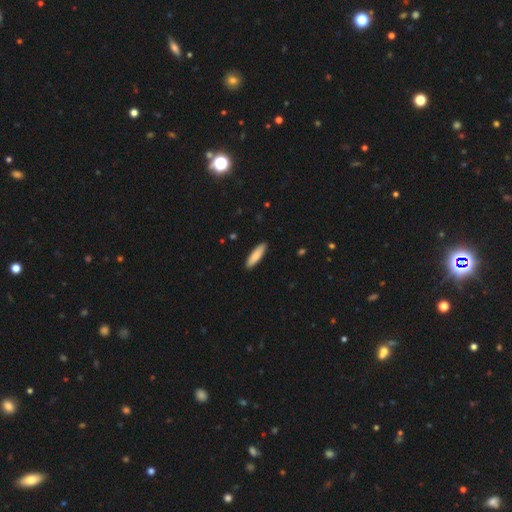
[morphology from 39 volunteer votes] Q: Smooth or featured?
A: smooth (97%); runner-up: featured or disk (3%)
Q: How rounded?
A: cigar-shaped (71%); runner-up: in between (29%)
Q: Merging?
A: none (100%)